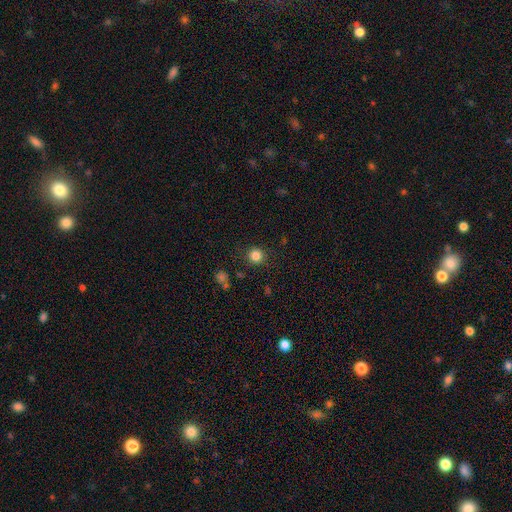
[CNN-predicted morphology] The model was most divided on "smooth or featured": smooth: 83%, star or artifact: 12%, featured or disk: 4%. More confident: how rounded — round (93%); merging — none (88%).